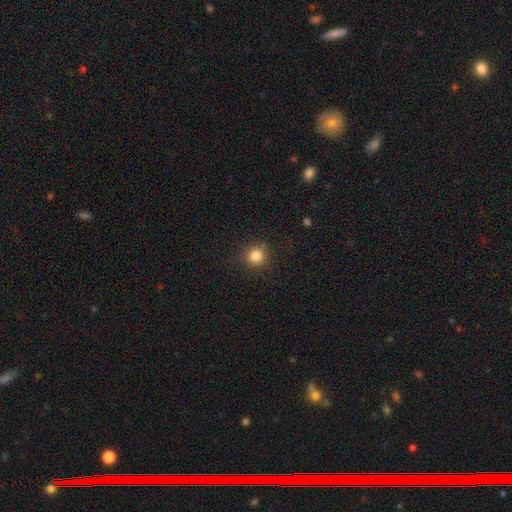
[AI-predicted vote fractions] The model was most divided on "smooth or featured": smooth: 83%, star or artifact: 12%, featured or disk: 5%. More confident: how rounded — round (93%); merging — none (88%).